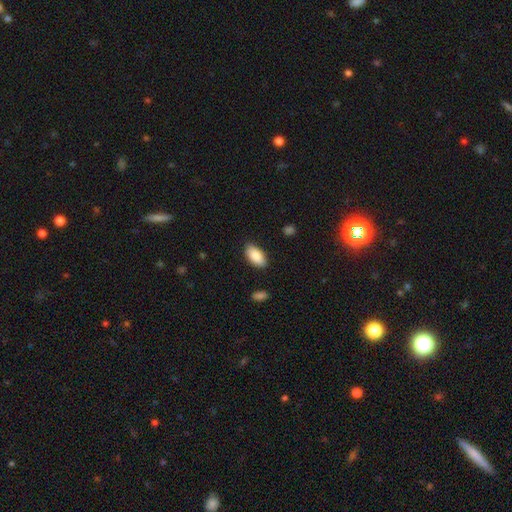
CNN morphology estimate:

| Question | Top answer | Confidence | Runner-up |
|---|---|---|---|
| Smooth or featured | smooth | 88% | star or artifact (6%) |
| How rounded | in between | 94% | cigar-shaped (4%) |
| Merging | none | 87% | minor disturbance (10%) |